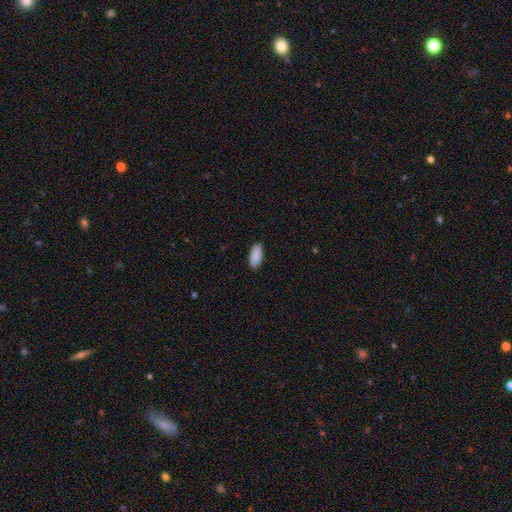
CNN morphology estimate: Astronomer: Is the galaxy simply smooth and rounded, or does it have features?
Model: smooth — 90%.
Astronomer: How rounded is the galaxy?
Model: in between — 87%.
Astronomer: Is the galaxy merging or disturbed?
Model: none — 88%.